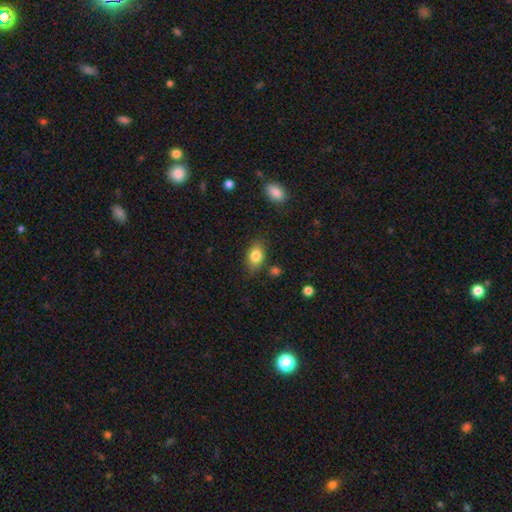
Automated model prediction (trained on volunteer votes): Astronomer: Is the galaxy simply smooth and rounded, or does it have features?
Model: smooth — 82%.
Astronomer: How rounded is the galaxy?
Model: in between — 83%.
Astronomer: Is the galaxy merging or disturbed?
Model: none — 78%.